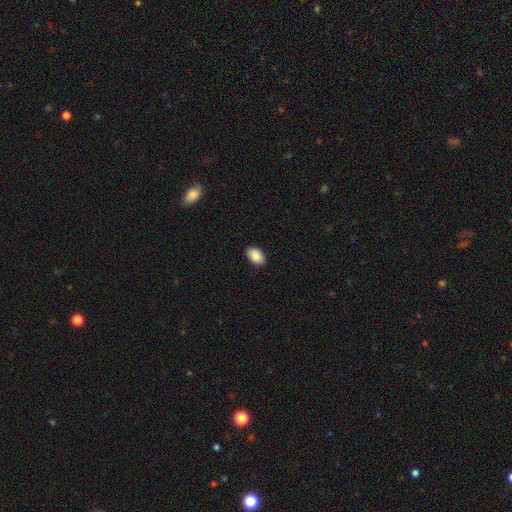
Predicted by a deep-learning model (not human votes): A smooth galaxy with no disk features (90%) that is in between round and cigar-shaped (90%). Merging: none (89%).